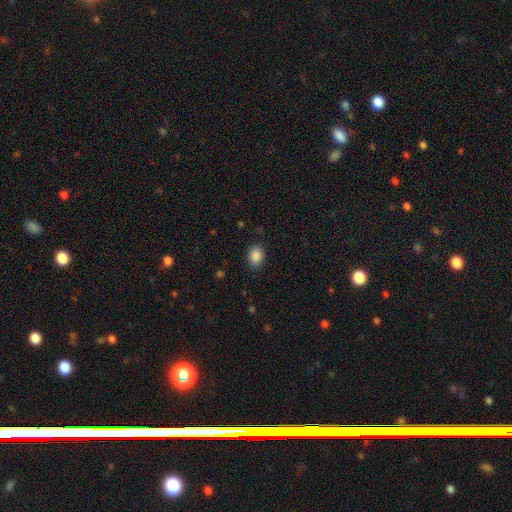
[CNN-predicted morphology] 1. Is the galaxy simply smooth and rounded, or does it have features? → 88% smooth, 8% star or artifact, 3% featured or disk.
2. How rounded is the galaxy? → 68% in between, 31% round, 1% cigar-shaped.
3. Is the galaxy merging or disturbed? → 87% none, 10% minor disturbance, 3% major disturbance, 1% merger.